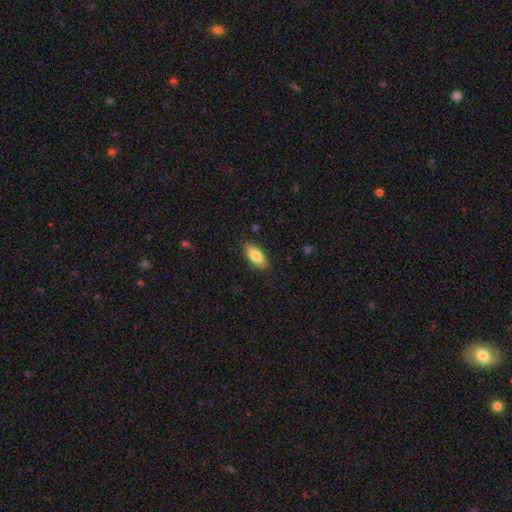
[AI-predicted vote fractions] Smooth or featured? smooth (83%)
How rounded? in between (85%)
Merging? none (86%)